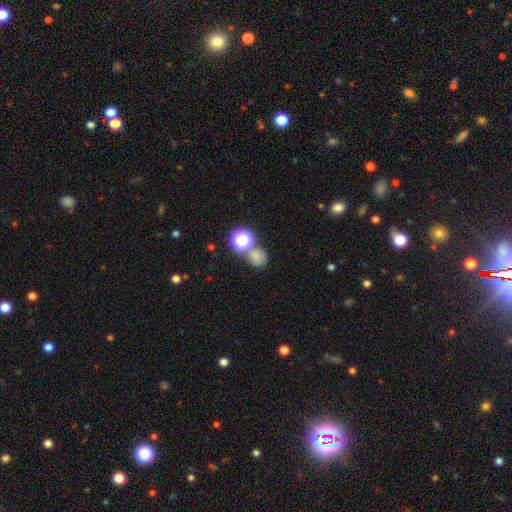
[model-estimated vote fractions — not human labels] smooth 70%, star or artifact 21%, featured or disk 9%. Down the decision tree: how rounded — round (78%); merging — none (56%).